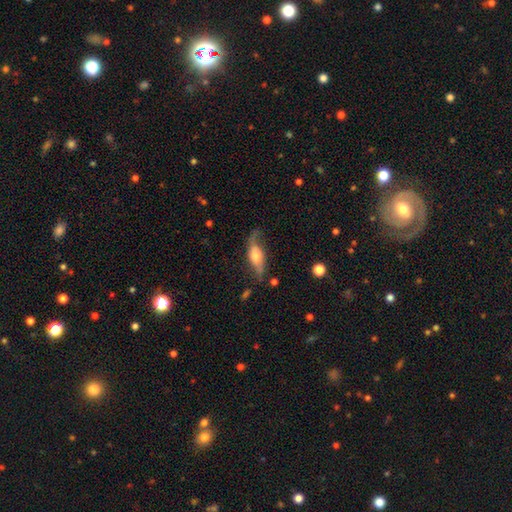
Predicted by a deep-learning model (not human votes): Smooth or featured? featured or disk (57%)
Edge-on disk? no (58%)
Merging? none (57%)